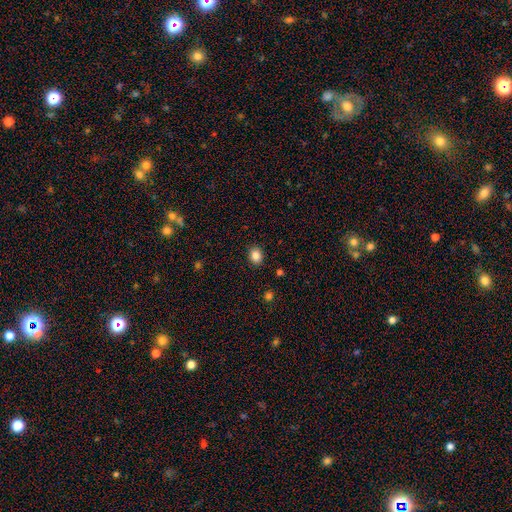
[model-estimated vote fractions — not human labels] The model was most divided on "how rounded": round: 52%, in between: 47%, cigar-shaped: 1%. More confident: merging — none (90%); smooth or featured — smooth (85%).